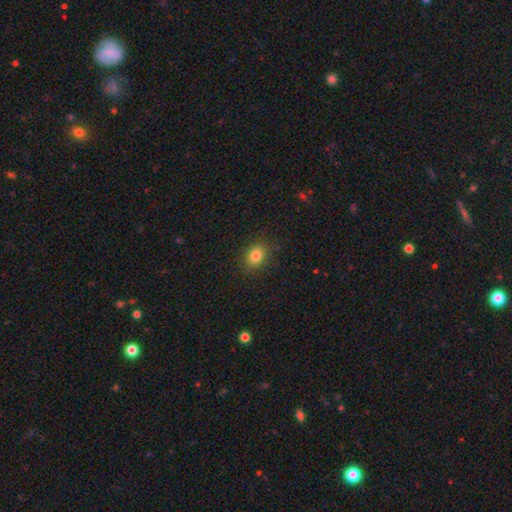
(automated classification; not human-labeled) Q: Smooth or featured?
A: smooth (83%); runner-up: star or artifact (11%)
Q: How rounded?
A: in between (58%); runner-up: round (40%)
Q: Merging?
A: none (87%); runner-up: minor disturbance (9%)